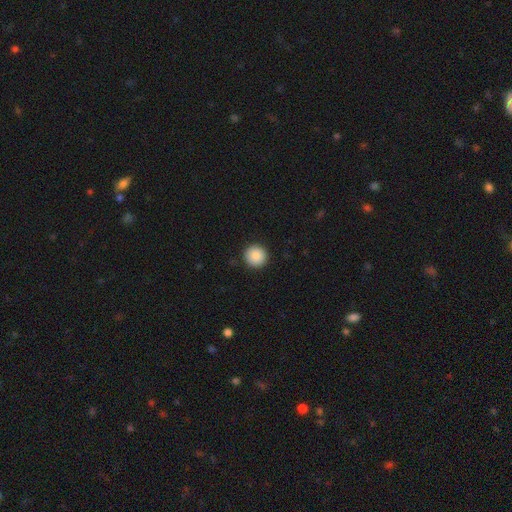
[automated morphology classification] Smooth or featured: smooth — 89% (star or artifact — 8%)
How rounded: round — 95% (in between — 4%)
Merging: none — 92% (minor disturbance — 5%)